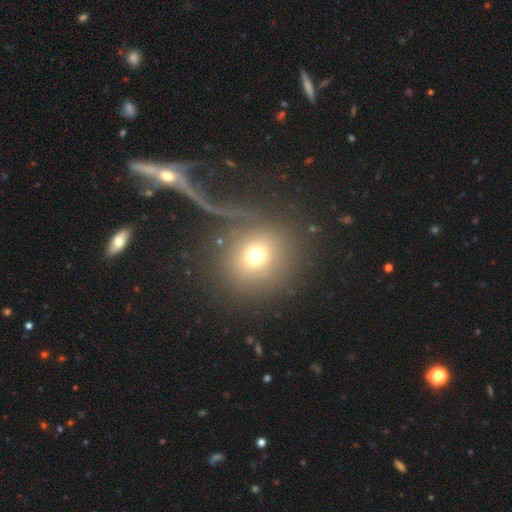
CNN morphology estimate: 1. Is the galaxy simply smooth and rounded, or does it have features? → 69% smooth, 18% star or artifact, 13% featured or disk.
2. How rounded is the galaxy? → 89% round, 10% in between, 1% cigar-shaped.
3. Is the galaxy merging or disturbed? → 69% none, 13% major disturbance, 10% minor disturbance, 7% merger.